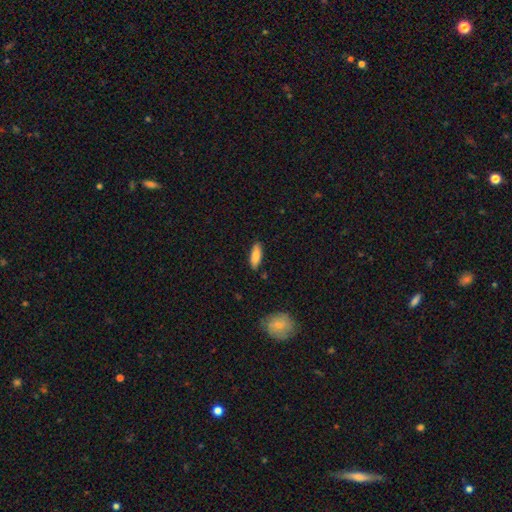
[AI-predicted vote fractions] Morphology: type=smooth (82%); roundness=in between (65%); merging=none (83%).